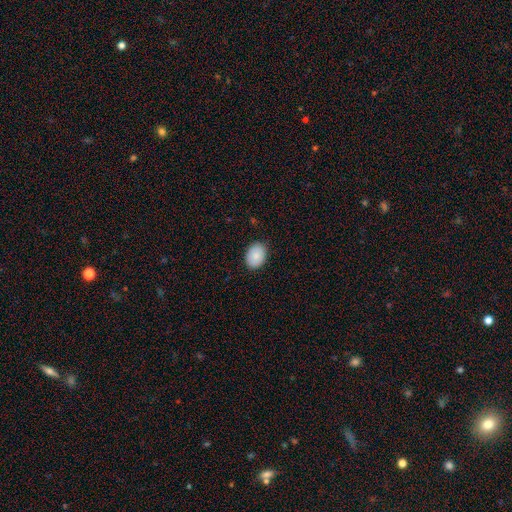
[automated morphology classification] A smooth galaxy with no disk features (87%) that is in between round and cigar-shaped (73%).

Vote fractions:
- Smooth or featured? smooth: 87% / star or artifact: 7% / featured or disk: 6%
- How rounded? in between: 73% / round: 26% / cigar-shaped: 1%
- Merging? none: 86% / minor disturbance: 11% / major disturbance: 2% / merger: 1%